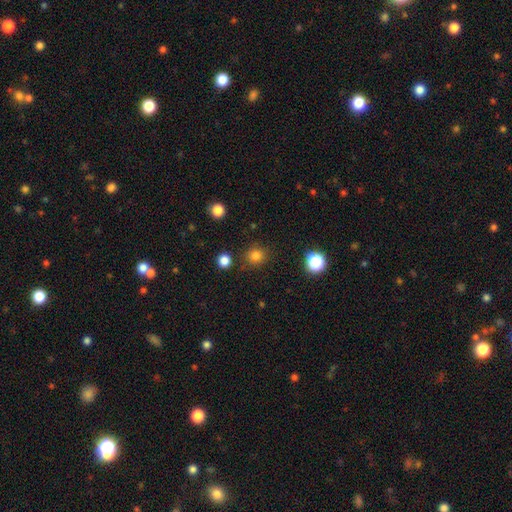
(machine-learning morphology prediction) Smooth or featured? Predicted: smooth (p=0.80). How rounded? Predicted: round (p=0.90). Merging? Predicted: none (p=0.86).